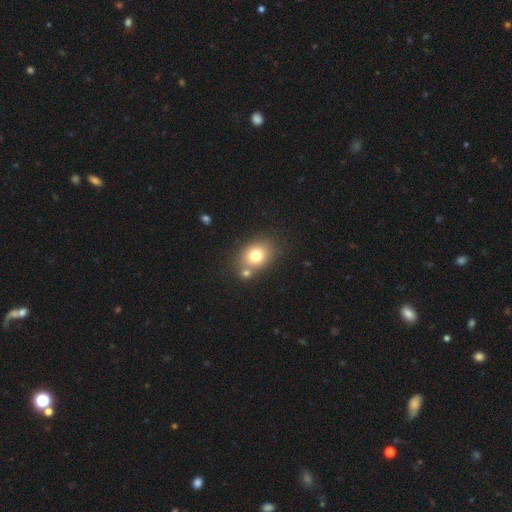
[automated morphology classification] A smooth galaxy with no disk features (75%) that is in between round and cigar-shaped (58%). Merging: none (61%).